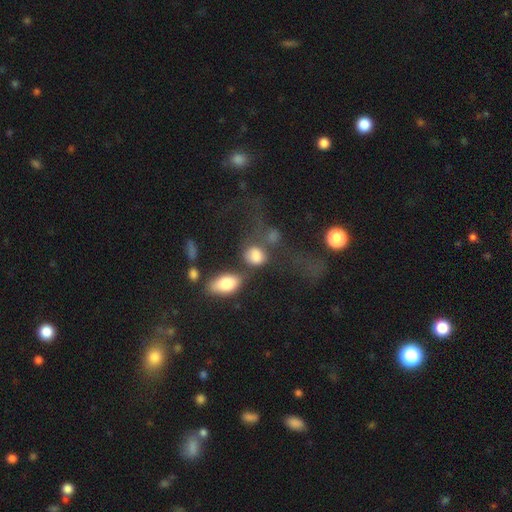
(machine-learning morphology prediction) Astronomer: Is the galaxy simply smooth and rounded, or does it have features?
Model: smooth — 80%.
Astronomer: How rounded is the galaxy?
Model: in between — 51% (runner-up: round, 47%).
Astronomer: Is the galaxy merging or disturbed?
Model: merger — 31%, tied with none at 31%.